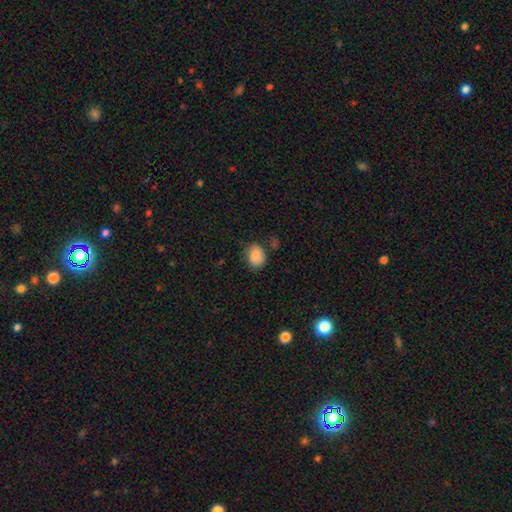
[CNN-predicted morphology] smooth 81%, featured or disk 11%, star or artifact 8%. Down the decision tree: how rounded — in between (56%); merging — none (70%).